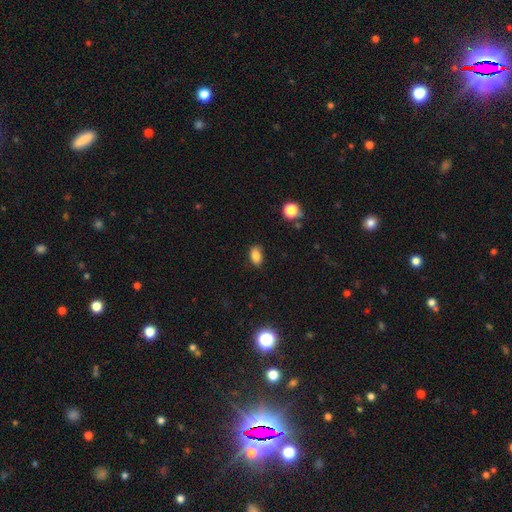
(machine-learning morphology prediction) smooth_or_featured: smooth (p=0.84) [alt: star or artifact p=0.10]
how_rounded: in between (p=0.88) [alt: round p=0.10]
merging: none (p=0.81) [alt: minor disturbance p=0.15]